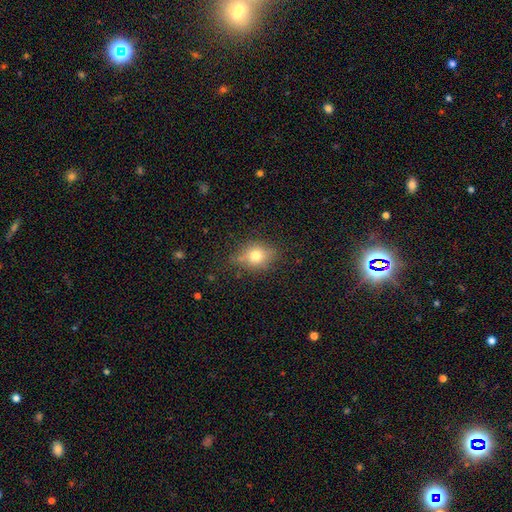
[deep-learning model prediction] This is likely a smooth galaxy (66%). How rounded: possibly in between (50%). Merging: likely none (73%).